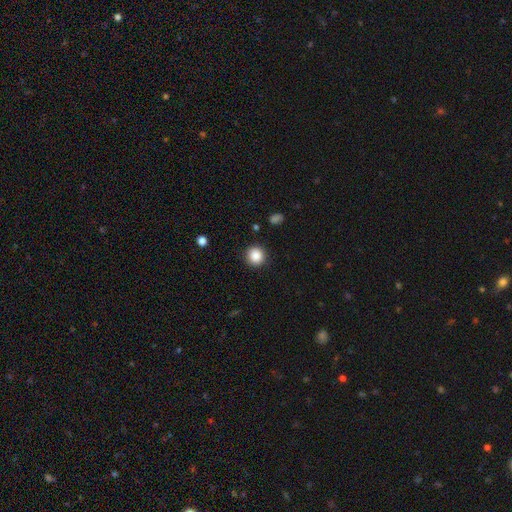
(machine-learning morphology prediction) Smooth or featured?
  - smooth: 87% *
  - star or artifact: 10%
  - featured or disk: 3%
How rounded?
  - round: 93% *
  - in between: 6%
  - cigar-shaped: 1%
Merging?
  - none: 90% *
  - minor disturbance: 6%
  - major disturbance: 2%
  - merger: 1%